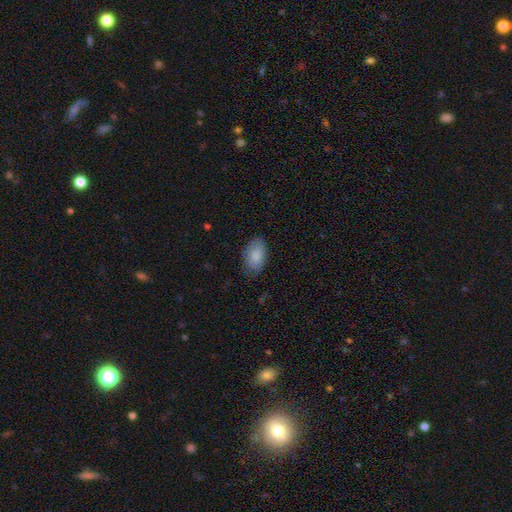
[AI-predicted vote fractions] A smooth galaxy with no disk features (87%) that is in between round and cigar-shaped (94%). Merging: none (76%).